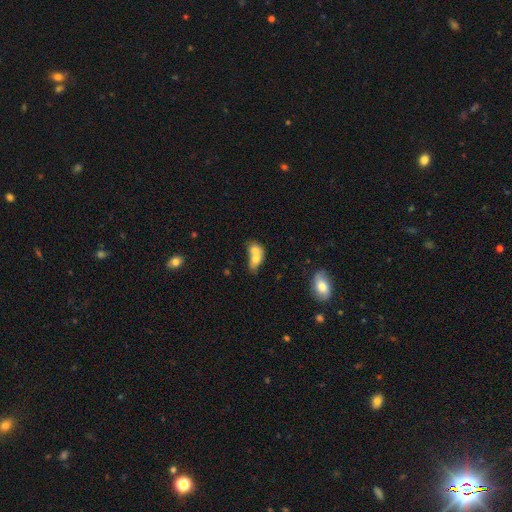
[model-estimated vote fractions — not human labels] Smooth or featured?
  - smooth: 68% *
  - featured or disk: 23%
  - star or artifact: 9%
How rounded?
  - in between: 67% *
  - round: 30%
  - cigar-shaped: 3%
Merging?
  - merger: 74% *
  - none: 15%
  - minor disturbance: 7%
  - major disturbance: 4%